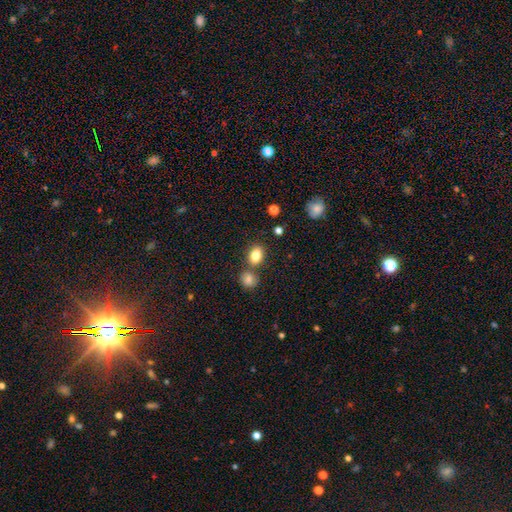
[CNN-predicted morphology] smooth 83%, star or artifact 10%, featured or disk 7%. Down the decision tree: how rounded — in between (67%); merging — none (67%).